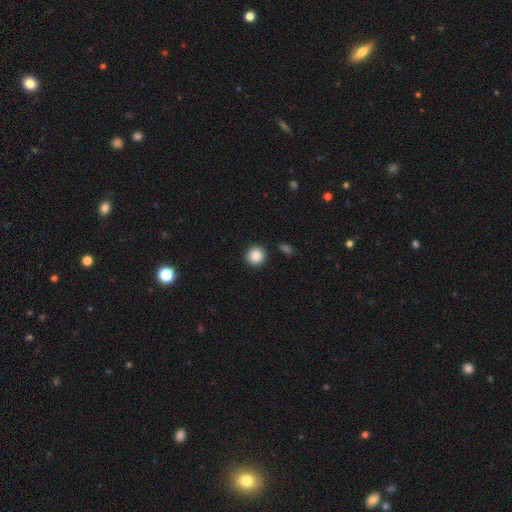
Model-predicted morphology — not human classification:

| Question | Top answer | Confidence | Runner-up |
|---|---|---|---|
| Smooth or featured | smooth | 88% | star or artifact (9%) |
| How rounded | round | 93% | in between (6%) |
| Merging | none | 91% | minor disturbance (5%) |